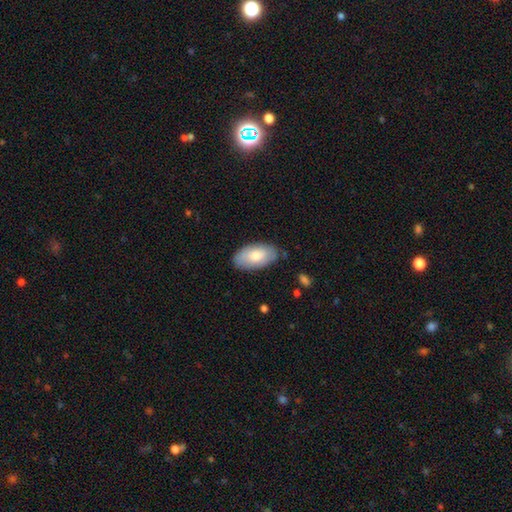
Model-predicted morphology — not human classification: type=smooth (77%); roundness=in between (95%); merging=none (80%).